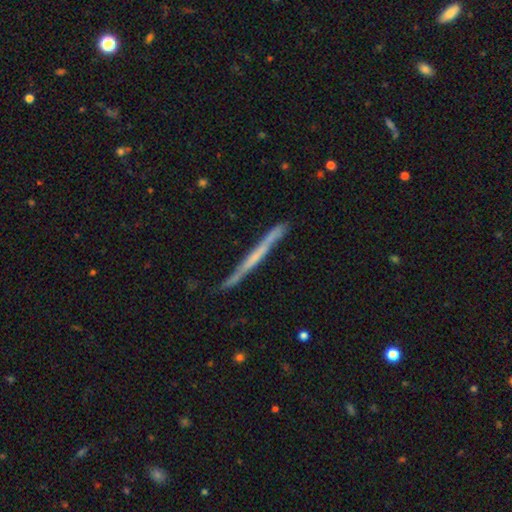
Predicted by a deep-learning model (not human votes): Smooth or featured? featured or disk (60%)
Edge-on disk? yes (96%)
Edge-on bulge? none (81%)
Merging? none (82%)